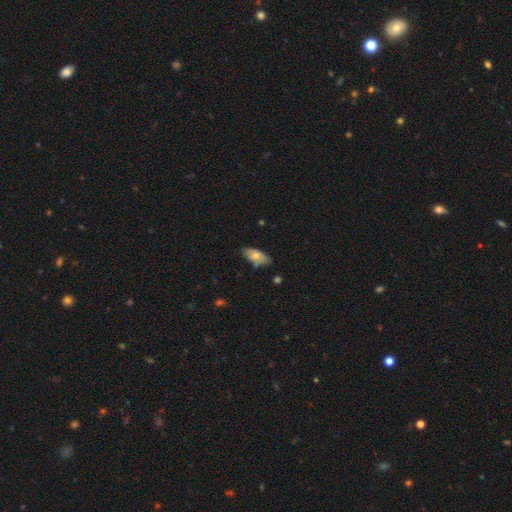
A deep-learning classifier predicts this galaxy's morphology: This is likely a smooth galaxy (61%). How rounded: clearly in between (89%). Merging: likely none (68%).